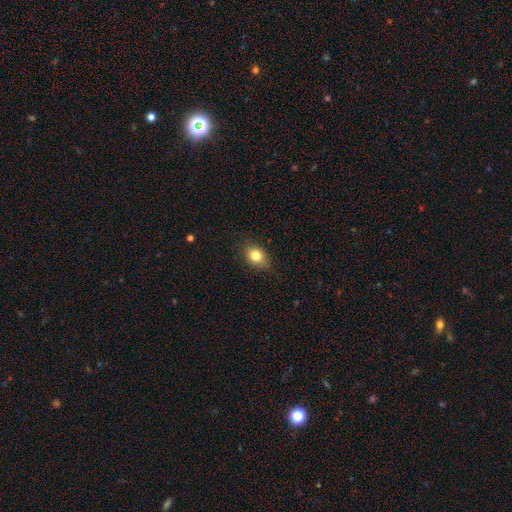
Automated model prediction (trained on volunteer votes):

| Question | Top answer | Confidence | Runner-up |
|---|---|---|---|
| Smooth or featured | smooth | 81% | star or artifact (10%) |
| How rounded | in between | 63% | round (36%) |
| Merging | none | 82% | minor disturbance (14%) |